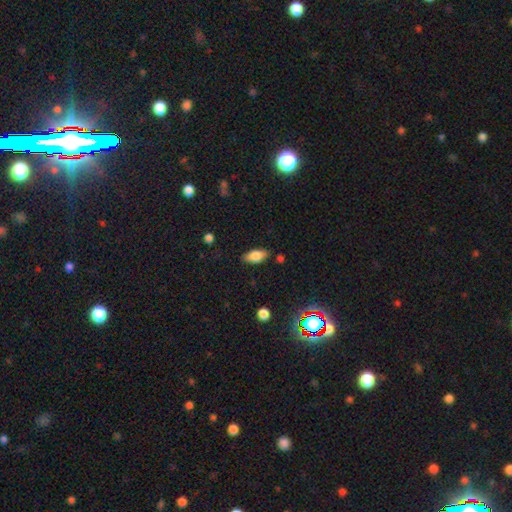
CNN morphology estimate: Overall: smooth (79%). How rounded: in between (88%). Merging: none (83%).